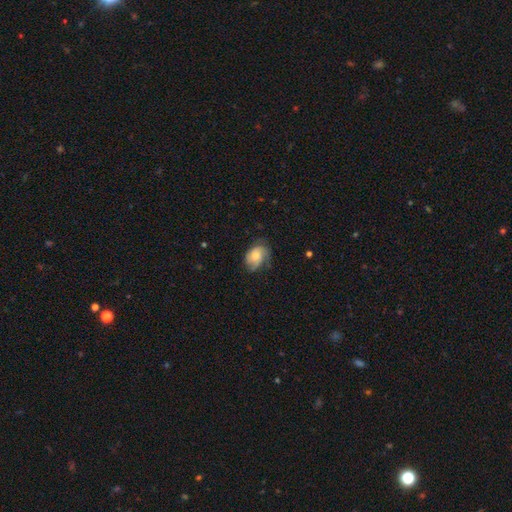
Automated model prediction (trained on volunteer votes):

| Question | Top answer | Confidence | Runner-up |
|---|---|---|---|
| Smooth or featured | featured or disk | 47% | smooth (45%) |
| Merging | none | 57% | minor disturbance (28%) |